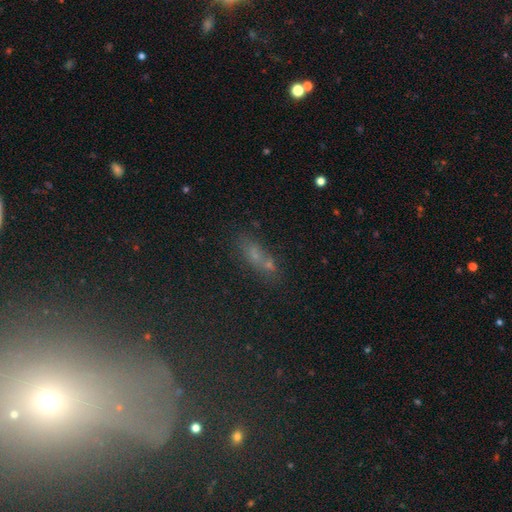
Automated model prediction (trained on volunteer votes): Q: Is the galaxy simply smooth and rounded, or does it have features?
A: smooth — 48%.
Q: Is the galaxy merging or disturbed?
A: none — 46%.